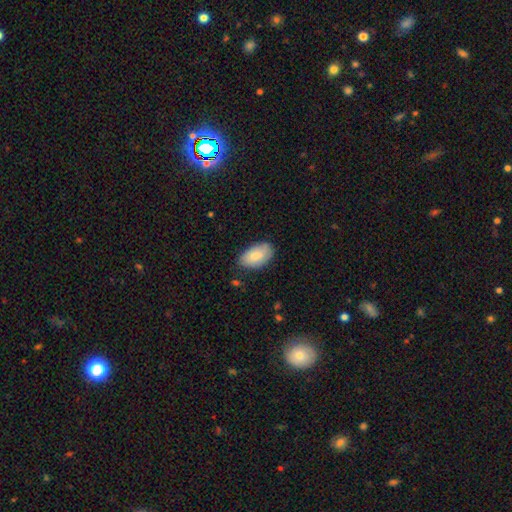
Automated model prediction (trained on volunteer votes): The model was most divided on "merging": none: 75%, minor disturbance: 20%, major disturbance: 4%, merger: 2%. More confident: how rounded — in between (95%); smooth or featured — smooth (82%).